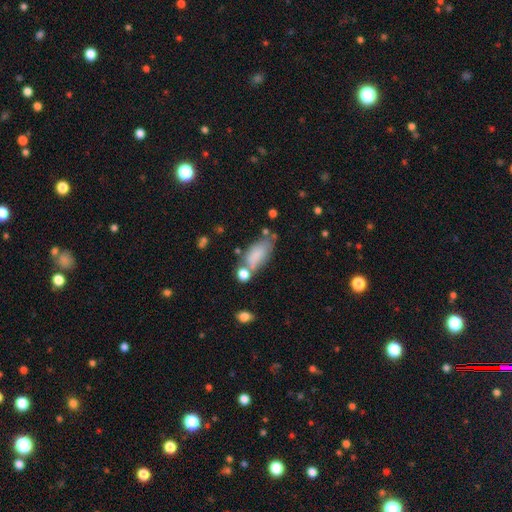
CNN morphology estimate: A smooth galaxy with no disk features (78%) that is in between round and cigar-shaped (85%). Merging: none (49%).